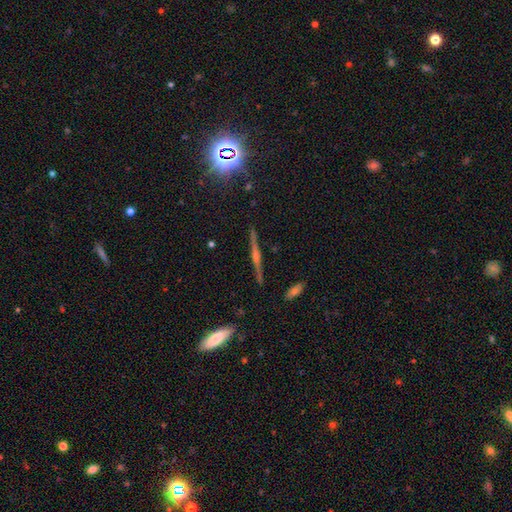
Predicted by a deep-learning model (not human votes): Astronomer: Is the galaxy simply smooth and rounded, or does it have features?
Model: featured or disk — 73%.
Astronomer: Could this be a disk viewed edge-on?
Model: yes — 97%.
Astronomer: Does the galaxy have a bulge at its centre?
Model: rounded — 70%.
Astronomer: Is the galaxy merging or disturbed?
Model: none — 88%.